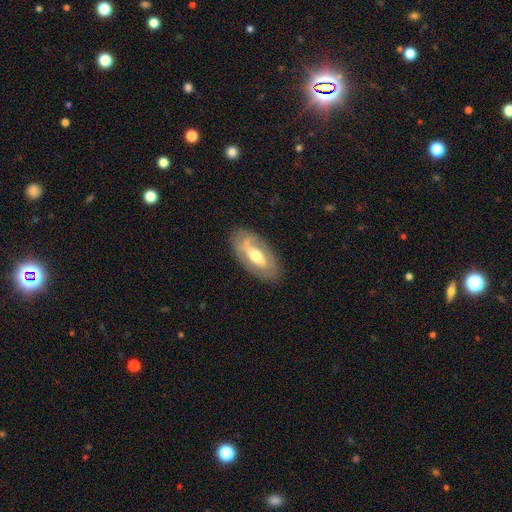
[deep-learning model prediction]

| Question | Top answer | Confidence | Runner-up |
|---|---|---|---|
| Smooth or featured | featured or disk | 61% | smooth (34%) |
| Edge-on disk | no | 84% | yes (16%) |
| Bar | no | 39% | strong (31%) |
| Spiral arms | no | 60% | yes (40%) |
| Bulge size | moderate | 68% | small (17%) |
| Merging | none | 80% | minor disturbance (13%) |